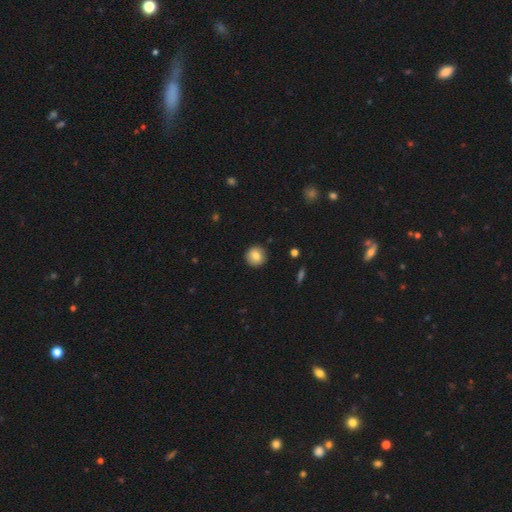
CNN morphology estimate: A smooth galaxy with no disk features (80%) that is round (93%).

Vote fractions:
- Smooth or featured? smooth: 80% / featured or disk: 12% / star or artifact: 9%
- How rounded? round: 93% / in between: 6% / cigar-shaped: 1%
- Merging? none: 91% / minor disturbance: 6% / major disturbance: 2% / merger: 1%